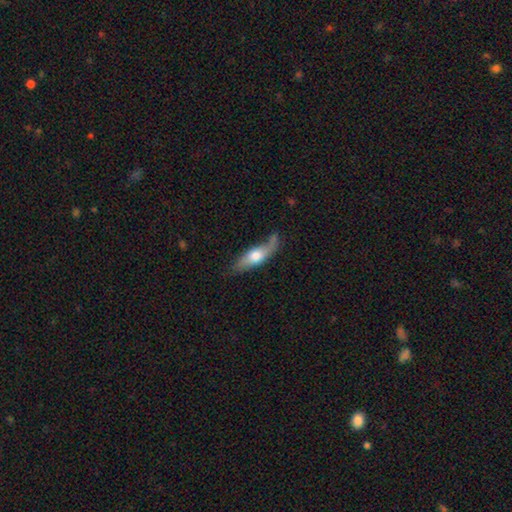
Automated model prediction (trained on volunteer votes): This appears to be a smooth galaxy with no disk features (56%) that is in between round and cigar-shaped (49%). Merging: none (58%).